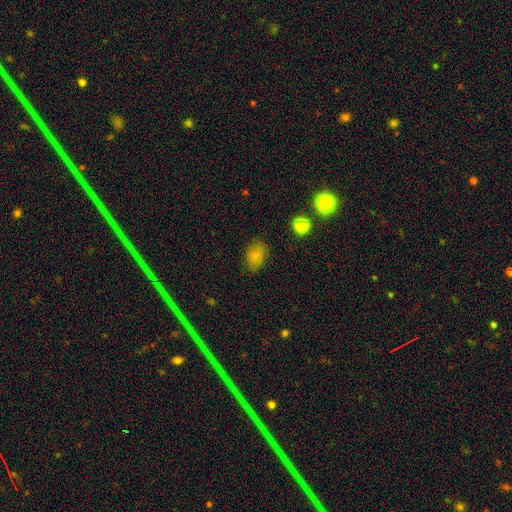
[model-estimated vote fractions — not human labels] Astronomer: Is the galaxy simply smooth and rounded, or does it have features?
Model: smooth — 81%.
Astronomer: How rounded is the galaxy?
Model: in between — 81%.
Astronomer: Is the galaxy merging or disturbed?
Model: none — 77%.